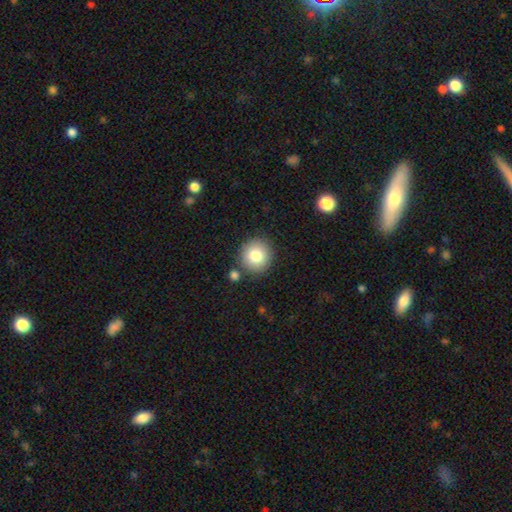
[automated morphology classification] A smooth galaxy with no disk features (80%) that is round (90%).

Vote fractions:
- Smooth or featured? smooth: 80% / featured or disk: 10% / star or artifact: 10%
- How rounded? round: 90% / in between: 9% / cigar-shaped: 1%
- Merging? none: 83% / minor disturbance: 8% / merger: 6% / major disturbance: 2%